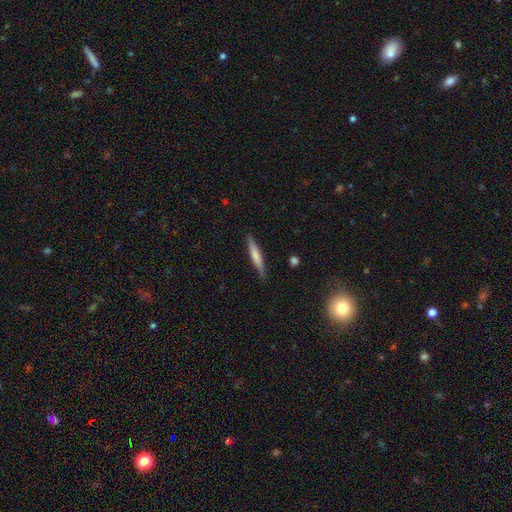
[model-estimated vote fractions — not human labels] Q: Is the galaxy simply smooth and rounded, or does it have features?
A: smooth — 64%.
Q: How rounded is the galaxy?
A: cigar-shaped — 92%.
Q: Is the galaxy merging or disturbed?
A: none — 88%.